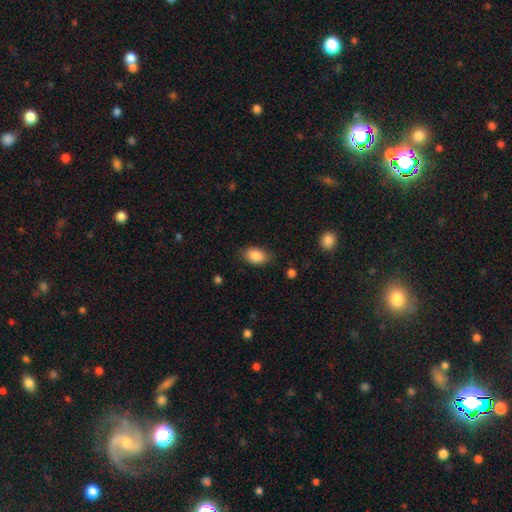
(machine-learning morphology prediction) Overall: smooth (87%). How rounded: in between (89%). Merging: none (80%).